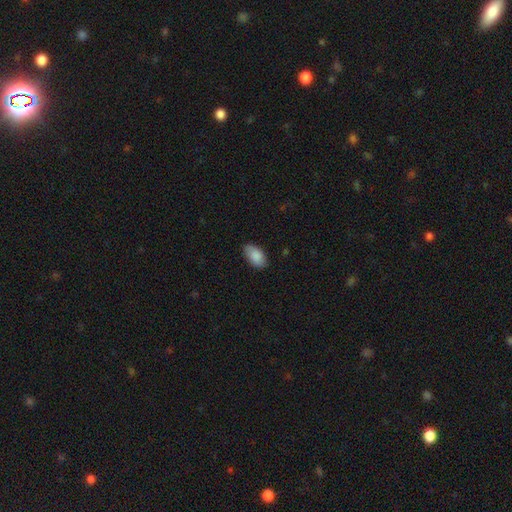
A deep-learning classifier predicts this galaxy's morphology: This is clearly a smooth galaxy (88%). How rounded: clearly in between (95%). Merging: clearly none (82%).